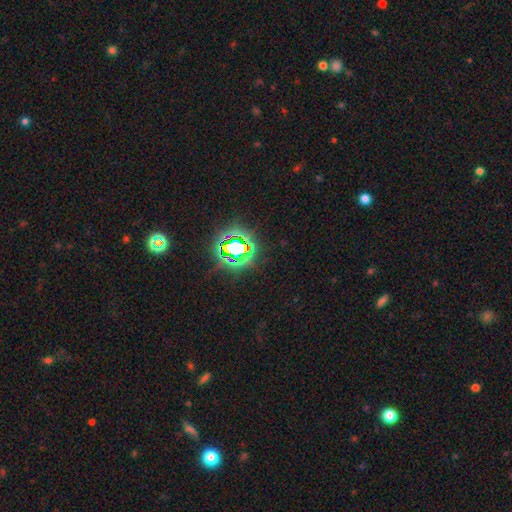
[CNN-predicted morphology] smooth_or_featured: star or artifact (p=0.78) [alt: smooth p=0.16]